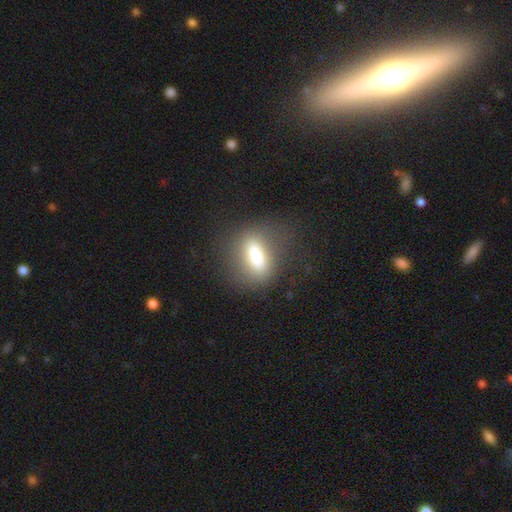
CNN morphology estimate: The model was most divided on "how rounded": in between: 58%, cigar-shaped: 31%, round: 11%. More confident: merging — none (71%); smooth or featured — smooth (65%).